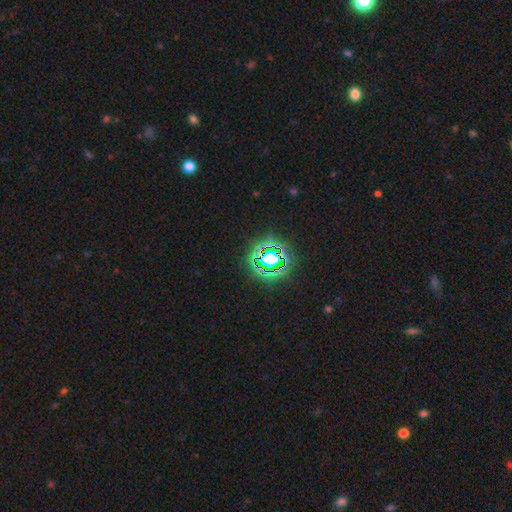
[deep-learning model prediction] A star or artifact, not a galaxy (81%).